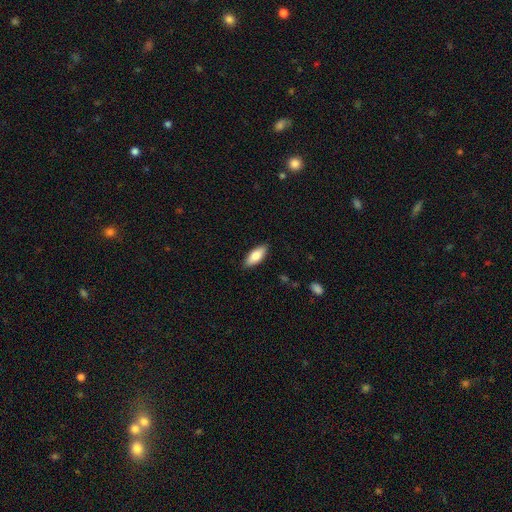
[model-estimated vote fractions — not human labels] Overall: smooth (81%). How rounded: in between (84%). Merging: none (88%).